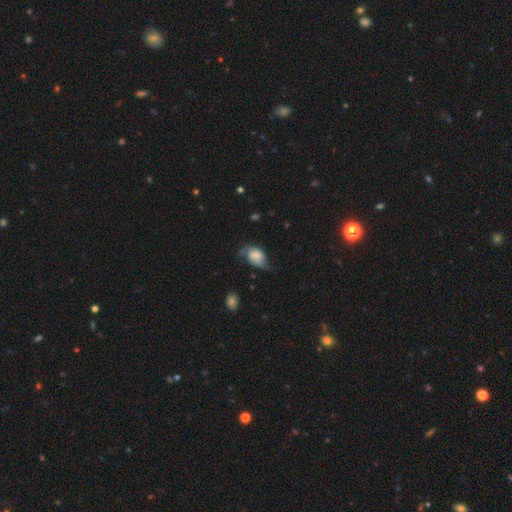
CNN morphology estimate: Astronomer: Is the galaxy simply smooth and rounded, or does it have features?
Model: smooth — 50% (runner-up: featured or disk, 42%).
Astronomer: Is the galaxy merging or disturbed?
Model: none — 41% (runner-up: minor disturbance, 35%).